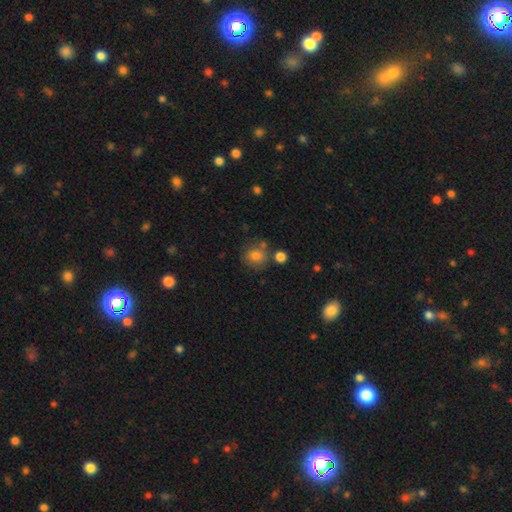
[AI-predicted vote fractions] Smooth or featured: smooth — 77% (star or artifact — 12%)
How rounded: round — 83% (in between — 16%)
Merging: none — 68% (minor disturbance — 14%)